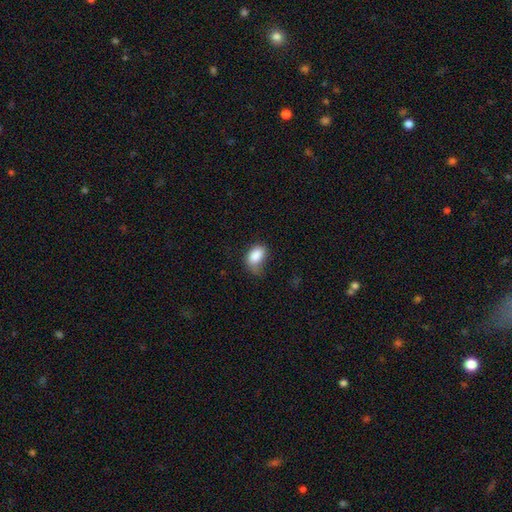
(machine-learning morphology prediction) Smooth or featured?
  - smooth: 86% *
  - star or artifact: 8%
  - featured or disk: 7%
How rounded?
  - in between: 88% *
  - round: 11%
  - cigar-shaped: 2%
Merging?
  - minor disturbance: 40% *
  - none: 39%
  - major disturbance: 18%
  - merger: 3%